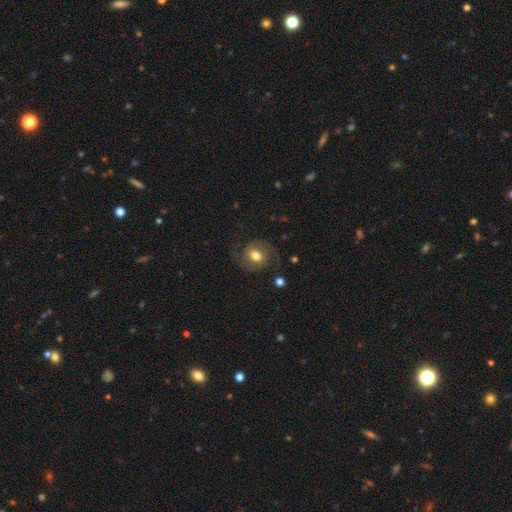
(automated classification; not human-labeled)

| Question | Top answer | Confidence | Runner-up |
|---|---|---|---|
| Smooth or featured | featured or disk | 71% | smooth (21%) |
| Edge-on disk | no | 98% | yes (2%) |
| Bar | no | 56% | weak (35%) |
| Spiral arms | yes | 93% | no (7%) |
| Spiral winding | medium | 51% | loose (29%) |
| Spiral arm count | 2 | 90% | 1 (3%) |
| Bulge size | moderate | 66% | large (22%) |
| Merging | none | 73% | minor disturbance (14%) |